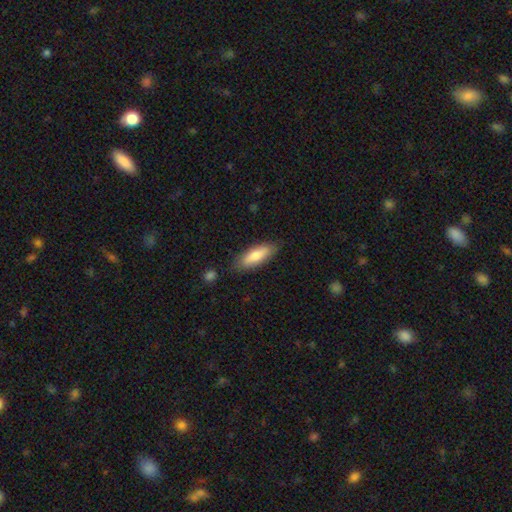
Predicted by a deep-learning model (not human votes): A smooth galaxy with no disk features (75%) that is in between round and cigar-shaped (57%). Merging: none (82%).